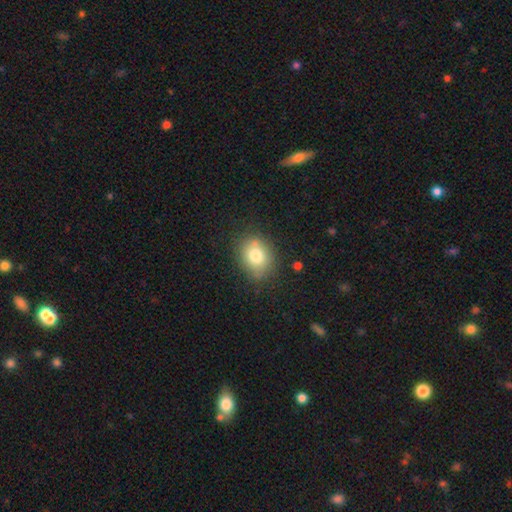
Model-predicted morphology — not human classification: Smooth or featured? Predicted: smooth (p=0.78). How rounded? Predicted: in between (p=0.50). Merging? Predicted: none (p=0.77).